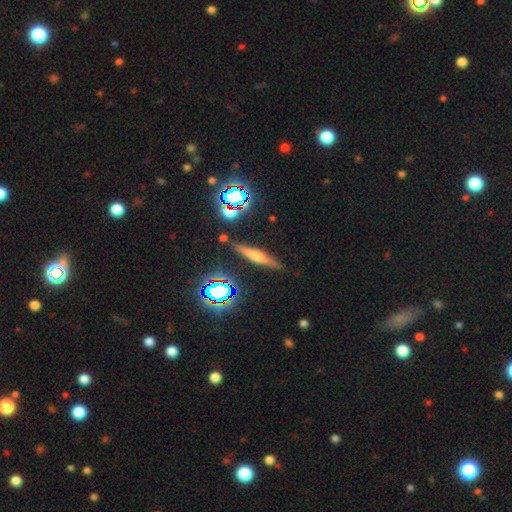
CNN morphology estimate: A featured or disk galaxy (48%).

Vote fractions:
- Smooth or featured? featured or disk: 48% / smooth: 35% / star or artifact: 18%
- Merging? none: 85% / minor disturbance: 9% / merger: 3% / major disturbance: 2%